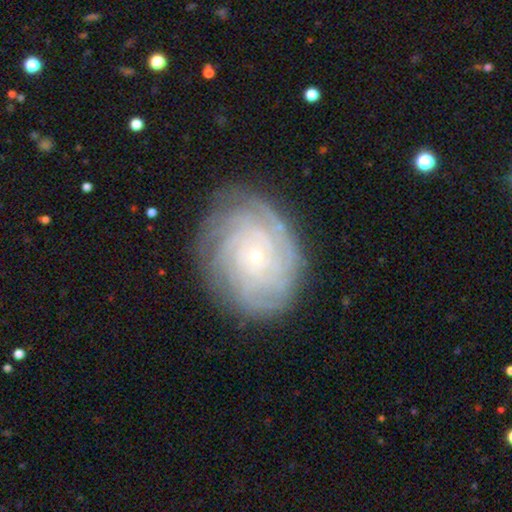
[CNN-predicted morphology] smooth_or_featured: featured or disk (p=0.81) [alt: smooth p=0.12]
disk_edge_on: no (p=0.97) [alt: yes p=0.03]
bar: no (p=0.83) [alt: weak p=0.14]
has_spiral_arms: yes (p=0.95) [alt: no p=0.05]
spiral_winding: tight (p=0.83) [alt: medium p=0.14]
spiral_arm_count: can't tell (p=0.32) [alt: more than 4 p=0.21]
bulge_size: small (p=0.85) [alt: moderate p=0.12]
merging: none (p=0.80) [alt: minor disturbance p=0.14]